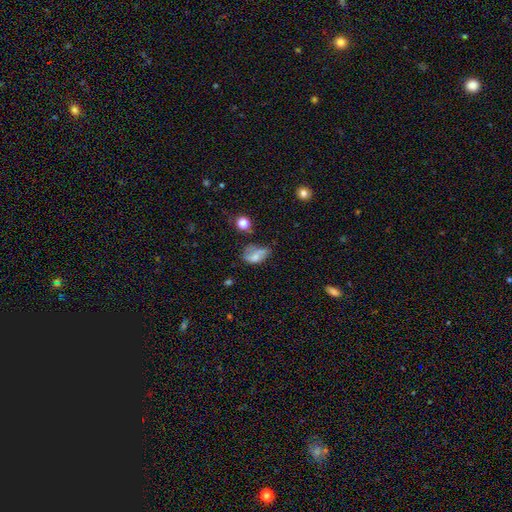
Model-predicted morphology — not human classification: This is possibly a smooth galaxy (58%). How rounded: clearly in between (82%). Merging: marginally major disturbance (29%, tied with minor disturbance).